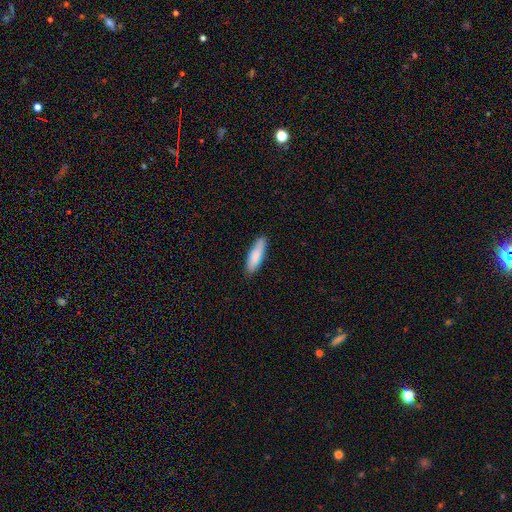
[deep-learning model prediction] Smooth or featured? Predicted: smooth (p=0.85). How rounded? Predicted: cigar-shaped (p=0.58). Merging? Predicted: none (p=0.84).